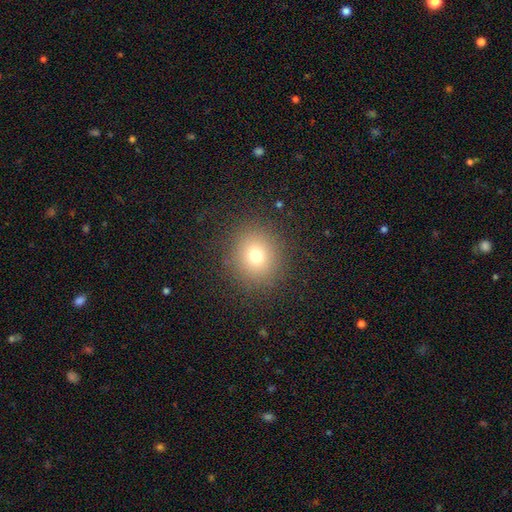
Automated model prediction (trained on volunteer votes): Smooth or featured? Predicted: smooth (p=0.73). How rounded? Predicted: round (p=0.85). Merging? Predicted: none (p=0.88).